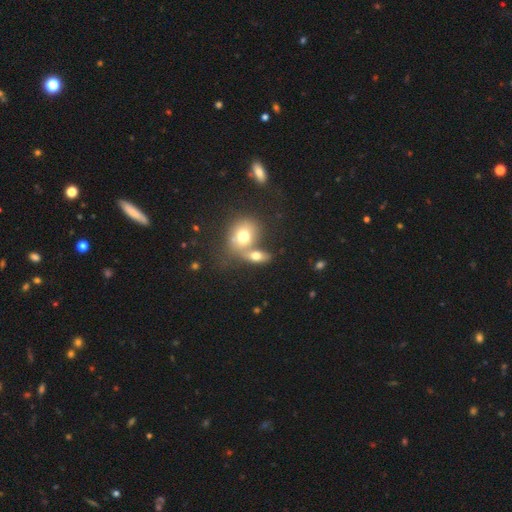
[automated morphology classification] A smooth galaxy with no disk features (68%) that is in between round and cigar-shaped (70%). Merging: merger (52%).